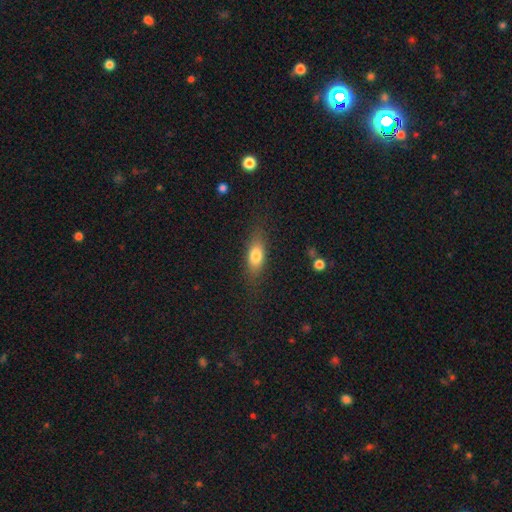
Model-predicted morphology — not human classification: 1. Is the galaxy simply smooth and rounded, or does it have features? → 77% smooth, 16% featured or disk, 8% star or artifact.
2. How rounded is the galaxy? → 73% in between, 22% cigar-shaped, 5% round.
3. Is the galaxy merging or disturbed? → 79% none, 15% minor disturbance, 5% major disturbance, 1% merger.